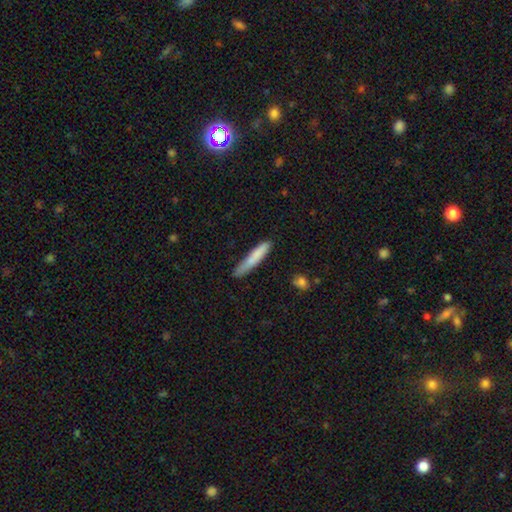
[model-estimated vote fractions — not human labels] Smooth or featured: smooth — 78% (featured or disk — 16%)
How rounded: cigar-shaped — 93% (in between — 6%)
Merging: none — 73% (minor disturbance — 20%)